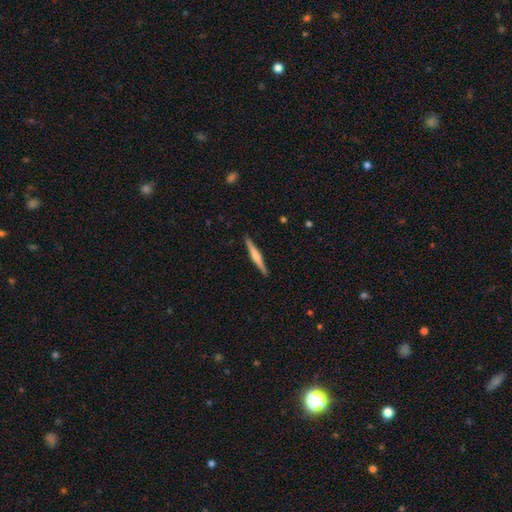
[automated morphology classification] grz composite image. It shows a featured or disk galaxy (56%) viewed edge-on (98%) with a rounded central bulge (54%). Merging: none (91%).